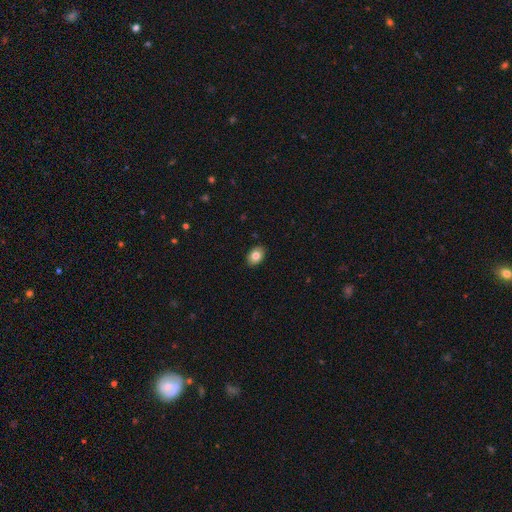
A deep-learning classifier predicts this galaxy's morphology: This is clearly a smooth galaxy (81%). How rounded: likely in between (78%). Merging: clearly none (89%).